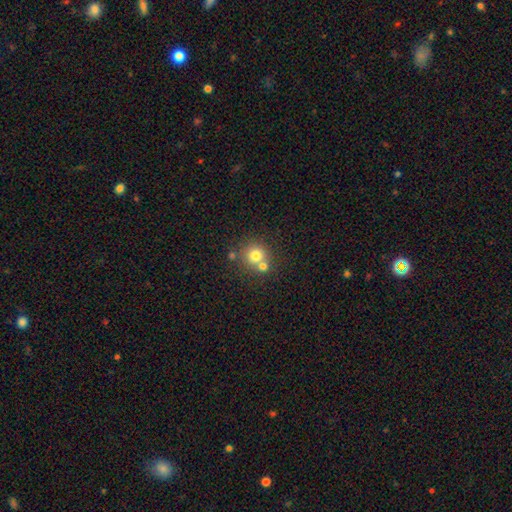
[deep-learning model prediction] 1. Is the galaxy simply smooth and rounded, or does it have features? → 75% smooth, 13% star or artifact, 12% featured or disk.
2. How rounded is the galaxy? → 90% round, 9% in between, 1% cigar-shaped.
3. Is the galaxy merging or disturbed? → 56% none, 34% merger, 7% minor disturbance, 3% major disturbance.